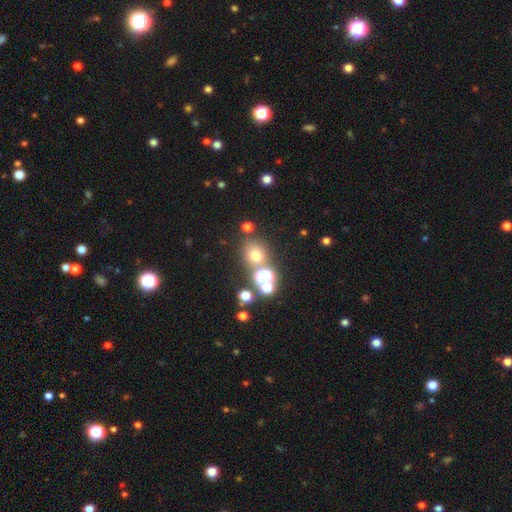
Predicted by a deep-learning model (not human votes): Overall: smooth (64%; star or artifact 26%). How rounded: round (81%). Merging: none (67%).